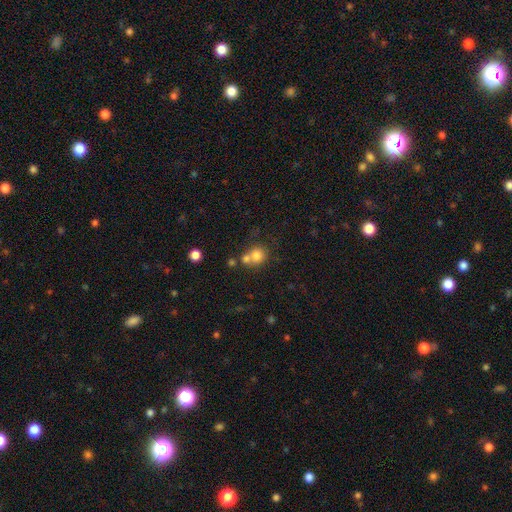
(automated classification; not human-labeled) The model was most divided on "merging": merger: 45%, none: 42%, minor disturbance: 9%, major disturbance: 4%. More confident: how rounded — round (81%); smooth or featured — smooth (77%).